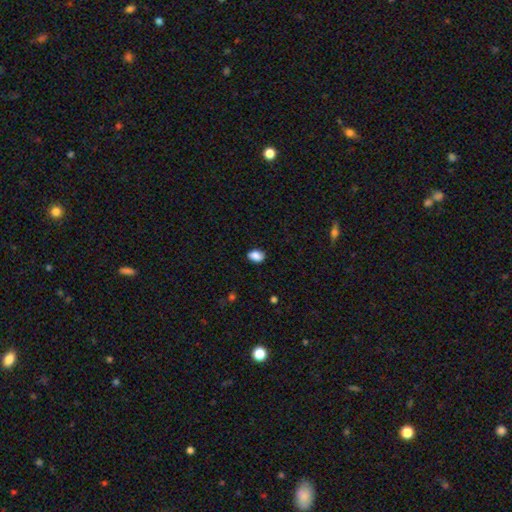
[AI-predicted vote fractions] Smooth or featured? Predicted: smooth (p=0.87). How rounded? Predicted: in between (p=0.80). Merging? Predicted: none (p=0.85).